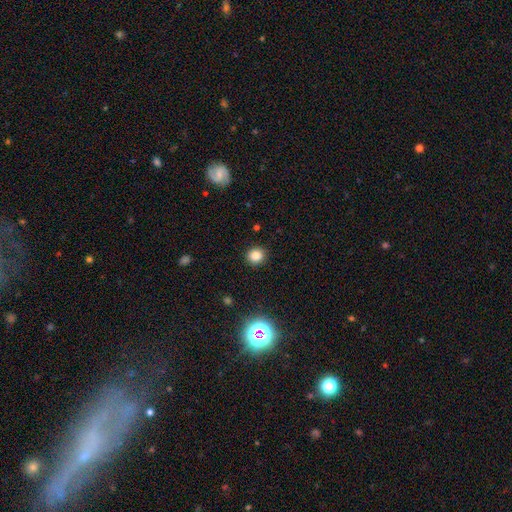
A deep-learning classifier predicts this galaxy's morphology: Q: Smooth or featured?
A: smooth (82%); runner-up: star or artifact (14%)
Q: How rounded?
A: round (87%); runner-up: in between (12%)
Q: Merging?
A: none (91%); runner-up: minor disturbance (6%)